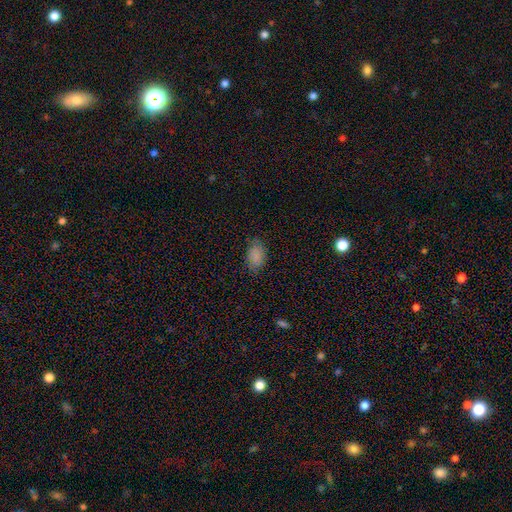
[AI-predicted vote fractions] smooth 86%, star or artifact 9%, featured or disk 5%. Down the decision tree: how rounded — in between (90%); merging — none (80%).